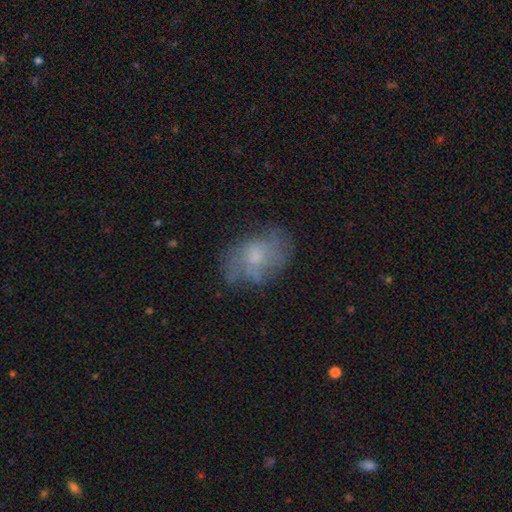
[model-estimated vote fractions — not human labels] Smooth or featured? Predicted: smooth (p=0.46). Merging? Predicted: none (p=0.61).